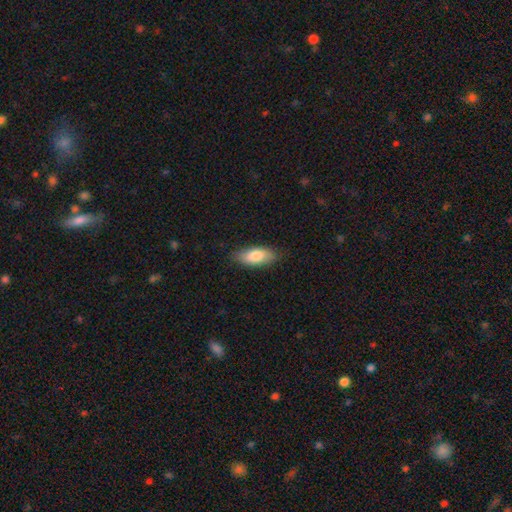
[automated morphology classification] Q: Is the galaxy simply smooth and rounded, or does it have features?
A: smooth — 81%.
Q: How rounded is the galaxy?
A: in between — 82%.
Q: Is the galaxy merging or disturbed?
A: none — 84%.